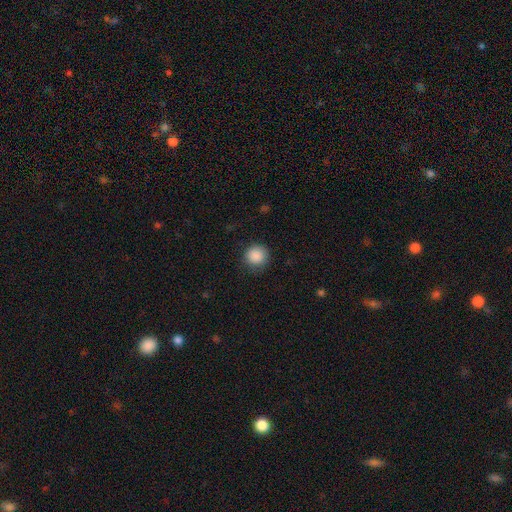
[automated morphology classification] smooth-or-featured: smooth: 89% | star or artifact: 9% | featured or disk: 3%
  how-rounded: round: 93% | in between: 6% | cigar-shaped: 1%
  merging: none: 87% | minor disturbance: 9% | major disturbance: 3% | merger: 1%